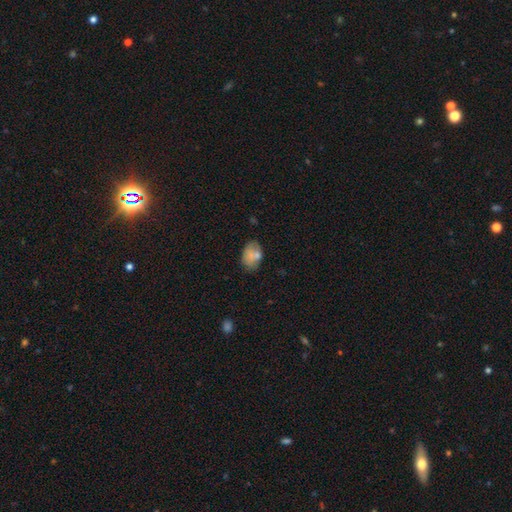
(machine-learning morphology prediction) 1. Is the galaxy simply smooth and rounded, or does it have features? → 65% smooth, 20% featured or disk, 15% star or artifact.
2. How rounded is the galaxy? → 78% in between, 21% round, 2% cigar-shaped.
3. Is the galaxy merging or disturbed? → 63% none, 22% minor disturbance, 8% major disturbance, 7% merger.